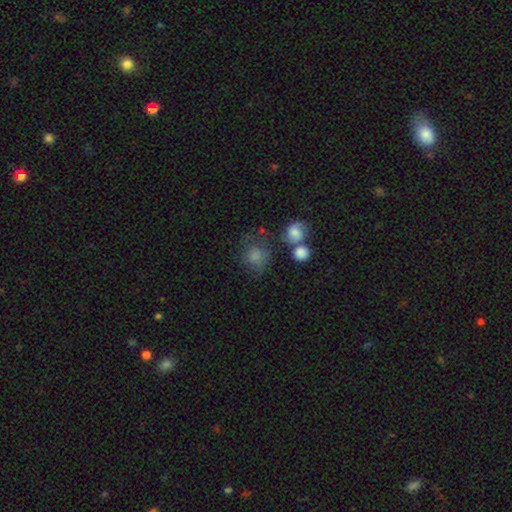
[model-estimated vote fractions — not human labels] A smooth galaxy with no disk features (77%) that is round (80%). Merging: none (51%).